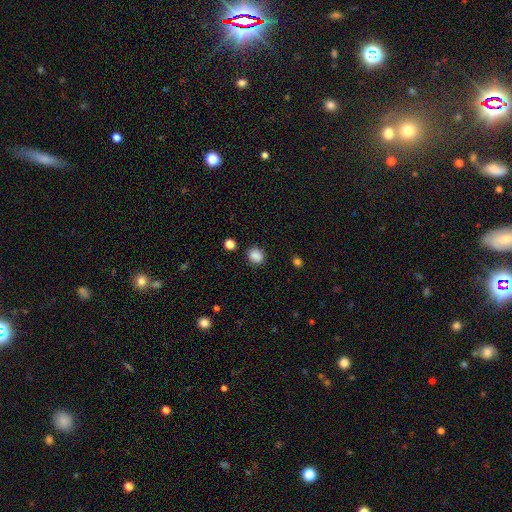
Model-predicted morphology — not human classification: type=smooth (86%); roundness=round (65%); merging=none (83%).